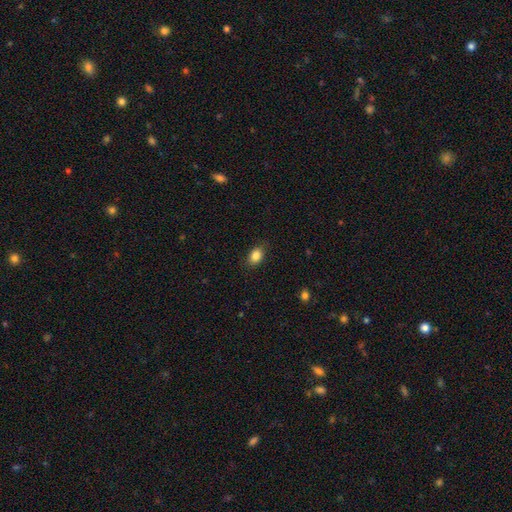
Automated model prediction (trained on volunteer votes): Q: Smooth or featured?
A: smooth (85%); runner-up: star or artifact (9%)
Q: How rounded?
A: in between (73%); runner-up: round (26%)
Q: Merging?
A: none (84%); runner-up: minor disturbance (12%)